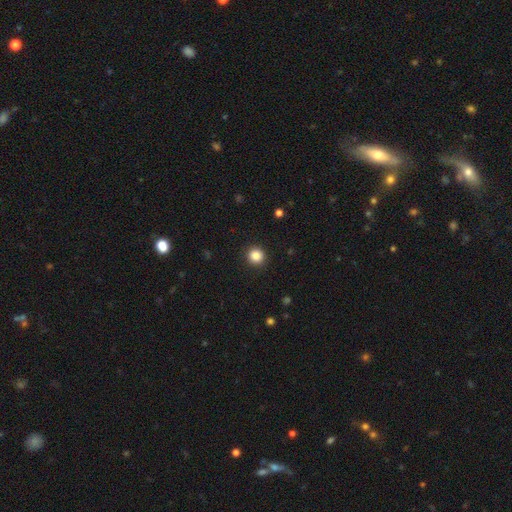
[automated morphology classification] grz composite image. It shows a smooth galaxy with no disk features (86%) that is round (93%). Merging: none (92%).